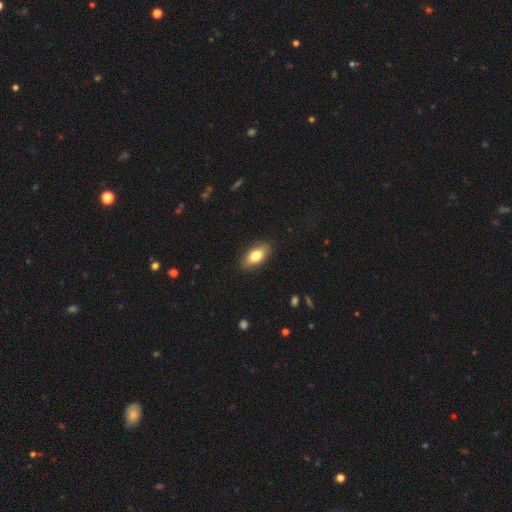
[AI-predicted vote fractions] A smooth galaxy with no disk features (76%) that is in between round and cigar-shaped (86%).

Vote fractions:
- Smooth or featured? smooth: 76% / featured or disk: 17% / star or artifact: 7%
- How rounded? in between: 86% / cigar-shaped: 10% / round: 4%
- Merging? none: 87% / minor disturbance: 9% / major disturbance: 2% / merger: 1%